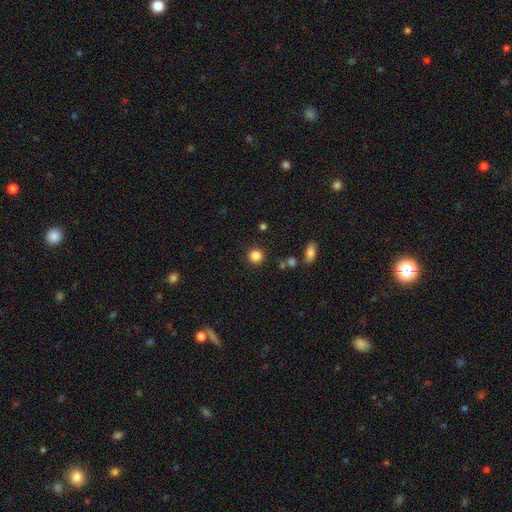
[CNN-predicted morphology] Smooth or featured?
  - smooth: 85% *
  - star or artifact: 11%
  - featured or disk: 4%
How rounded?
  - round: 93% *
  - in between: 6%
  - cigar-shaped: 1%
Merging?
  - none: 88% *
  - minor disturbance: 6%
  - merger: 3%
  - major disturbance: 3%